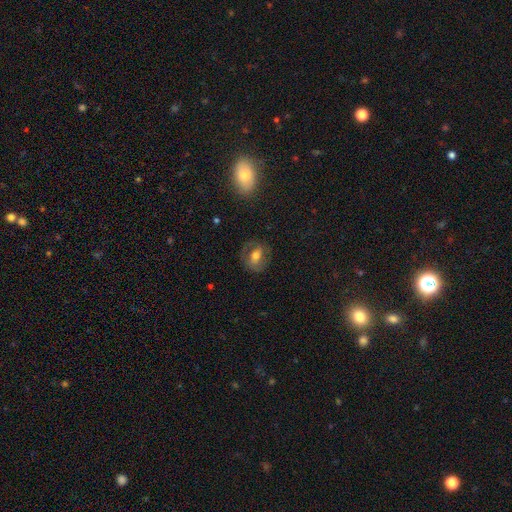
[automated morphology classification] smooth-or-featured: smooth: 47% | featured or disk: 43% | star or artifact: 10%
  merging: none: 77% | minor disturbance: 14% | major disturbance: 8% | merger: 1%